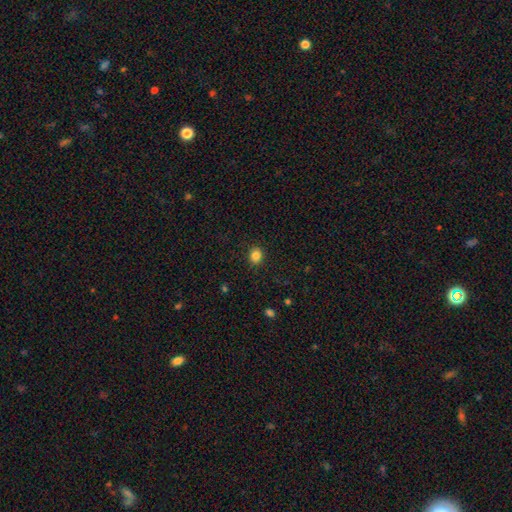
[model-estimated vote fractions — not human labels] Q: Smooth or featured?
A: smooth (85%); runner-up: star or artifact (11%)
Q: How rounded?
A: round (70%); runner-up: in between (29%)
Q: Merging?
A: none (90%); runner-up: minor disturbance (7%)